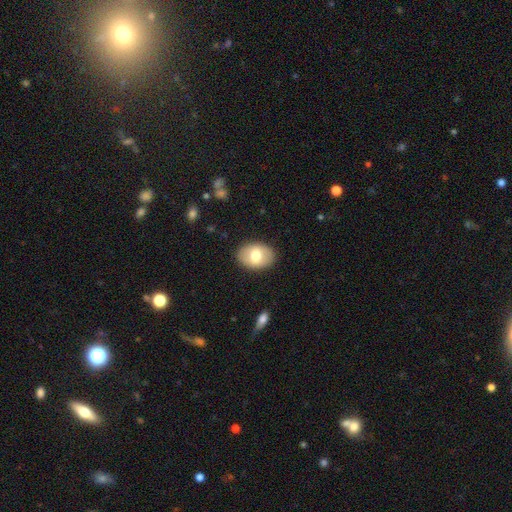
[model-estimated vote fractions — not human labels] A smooth galaxy with no disk features (70%) that is in between round and cigar-shaped (80%).

Vote fractions:
- Smooth or featured? smooth: 70% / featured or disk: 24% / star or artifact: 6%
- How rounded? in between: 80% / round: 19% / cigar-shaped: 1%
- Merging? none: 88% / minor disturbance: 8% / major disturbance: 2% / merger: 1%